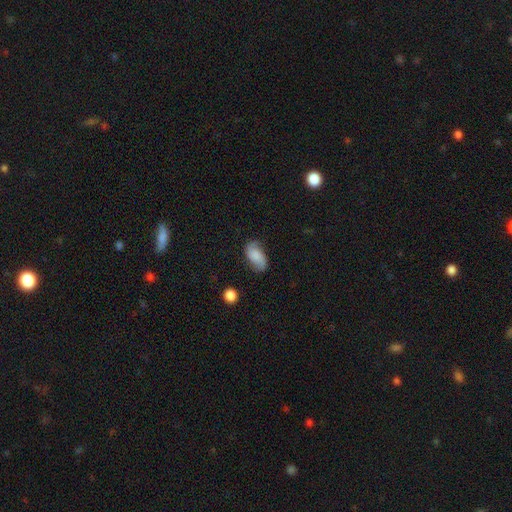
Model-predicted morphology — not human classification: A smooth galaxy with no disk features (56%) that is in between round and cigar-shaped (93%).

Vote fractions:
- Smooth or featured? smooth: 56% / featured or disk: 35% / star or artifact: 9%
- How rounded? in between: 93% / round: 5% / cigar-shaped: 2%
- Merging? none: 68% / minor disturbance: 23% / major disturbance: 7% / merger: 2%